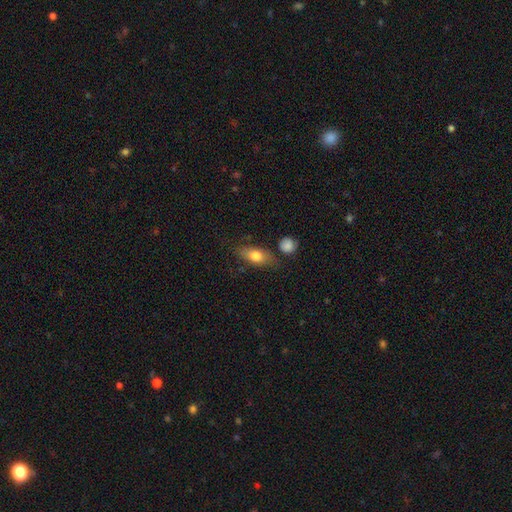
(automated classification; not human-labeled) The model was most divided on "merging": none: 70%, minor disturbance: 18%, merger: 6%, major disturbance: 6%. More confident: how rounded — in between (77%); smooth or featured — smooth (74%).